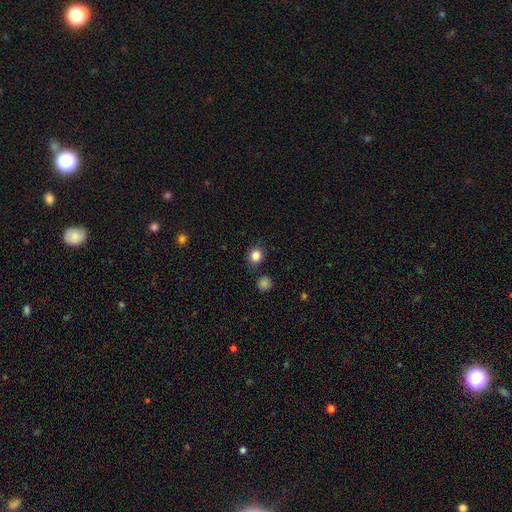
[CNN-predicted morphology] Smooth or featured?
  - smooth: 84% *
  - star or artifact: 11%
  - featured or disk: 4%
How rounded?
  - round: 76% *
  - in between: 23%
  - cigar-shaped: 1%
Merging?
  - none: 83% *
  - minor disturbance: 10%
  - merger: 4%
  - major disturbance: 3%